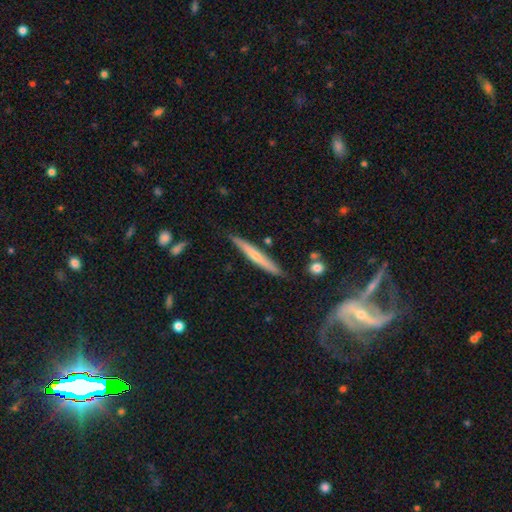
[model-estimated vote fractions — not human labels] Morphology: type=smooth (48%); merging=none (83%).